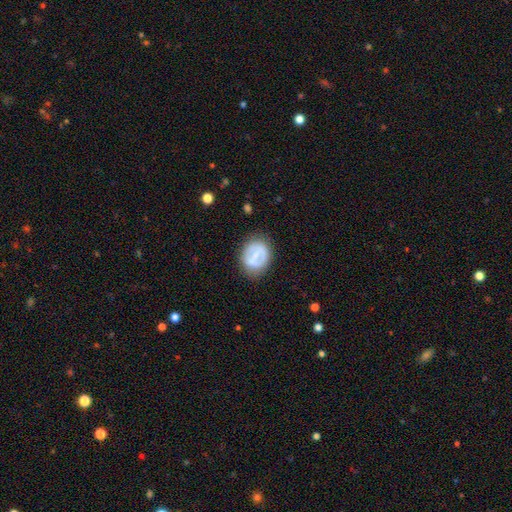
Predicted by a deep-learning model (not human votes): smooth_or_featured: featured or disk (p=0.47) [alt: smooth p=0.45]
merging: none (p=0.74) [alt: minor disturbance p=0.16]